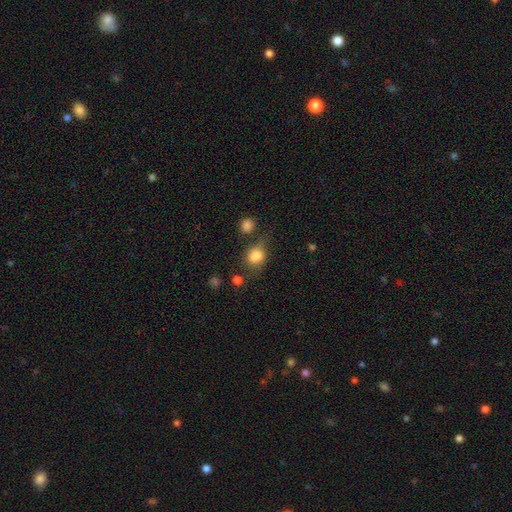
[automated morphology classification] smooth-or-featured: smooth: 78% | star or artifact: 11% | featured or disk: 11%
  how-rounded: round: 55% | in between: 43% | cigar-shaped: 2%
  merging: none: 47% | minor disturbance: 26% | major disturbance: 16% | merger: 11%